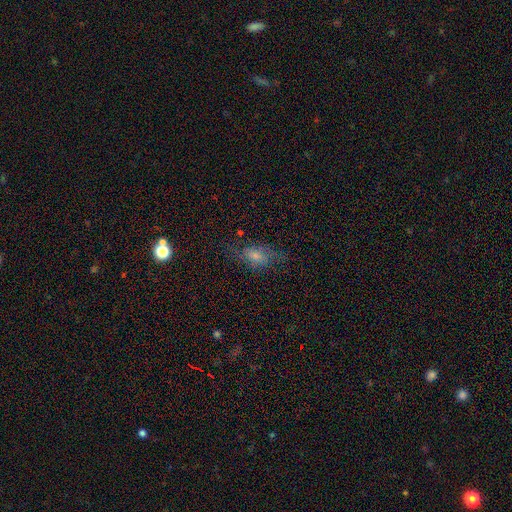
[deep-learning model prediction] This is possibly a smooth galaxy (46%). Merging: likely none (62%).